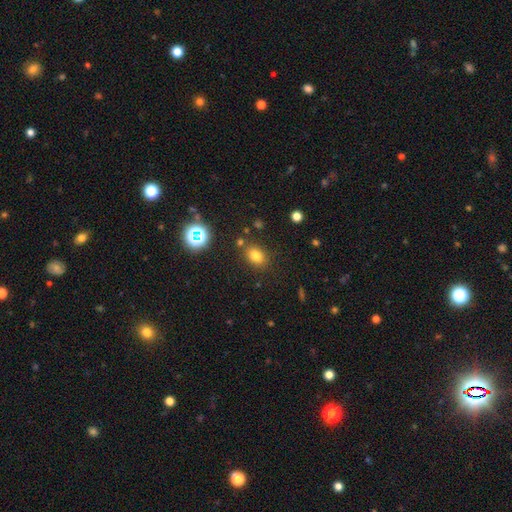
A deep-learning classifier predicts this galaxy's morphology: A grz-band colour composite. It shows a smooth galaxy with no disk features (76%) that is in between round and cigar-shaped (61%). Merging: none (80%).